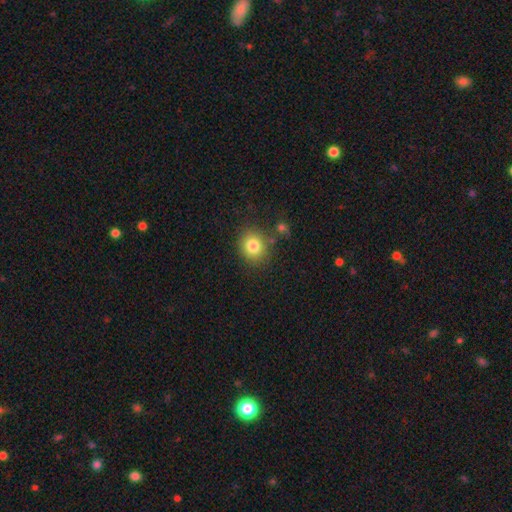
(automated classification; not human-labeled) Q: Smooth or featured?
A: smooth (65%); runner-up: star or artifact (28%)
Q: How rounded?
A: round (82%); runner-up: in between (17%)
Q: Merging?
A: none (82%); runner-up: minor disturbance (9%)